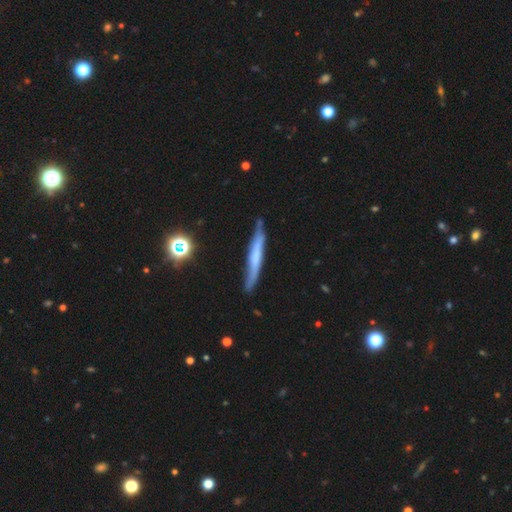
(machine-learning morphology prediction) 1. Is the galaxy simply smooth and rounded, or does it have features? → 51% featured or disk, 41% smooth, 8% star or artifact.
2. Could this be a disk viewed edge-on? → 86% yes, 14% no.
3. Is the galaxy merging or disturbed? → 77% none, 18% minor disturbance, 3% major disturbance, 3% merger.